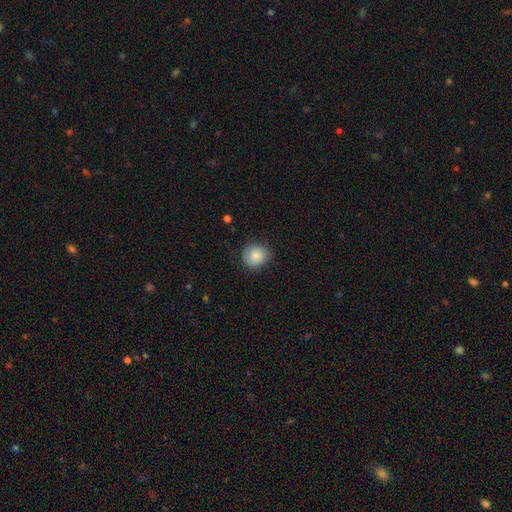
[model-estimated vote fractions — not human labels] Q: Smooth or featured?
A: smooth (84%); runner-up: featured or disk (8%)
Q: How rounded?
A: round (83%); runner-up: in between (16%)
Q: Merging?
A: none (79%); runner-up: minor disturbance (16%)